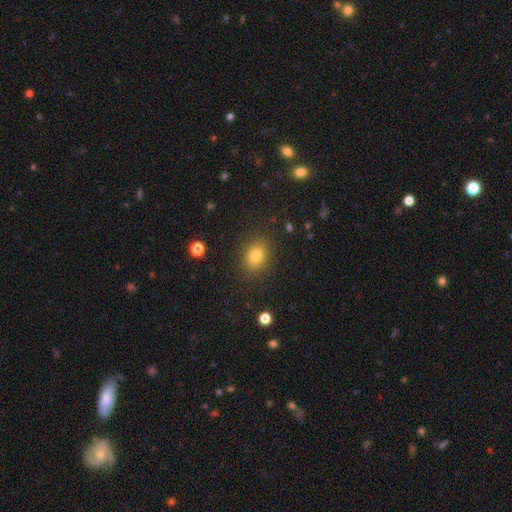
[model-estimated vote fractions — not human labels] smooth_or_featured: smooth (p=0.81) [alt: star or artifact p=0.12]
how_rounded: in between (p=0.54) [alt: round p=0.45]
merging: none (p=0.87) [alt: minor disturbance p=0.09]